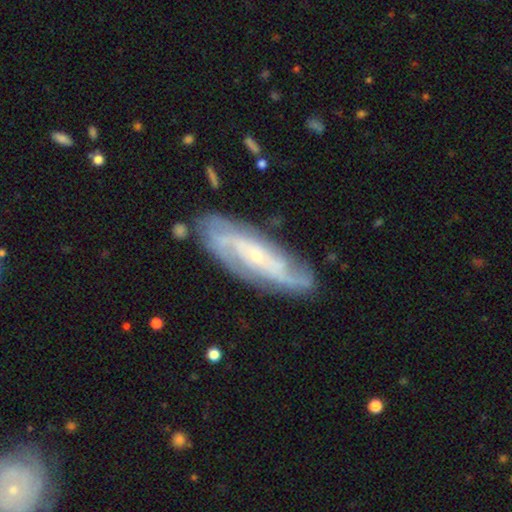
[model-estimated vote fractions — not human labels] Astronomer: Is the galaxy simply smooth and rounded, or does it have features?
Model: featured or disk — 83%.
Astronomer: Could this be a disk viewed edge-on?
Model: no — 85%.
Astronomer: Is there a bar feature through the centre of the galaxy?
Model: no — 57%.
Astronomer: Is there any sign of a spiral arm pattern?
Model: yes — 95%.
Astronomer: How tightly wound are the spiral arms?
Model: tight — 49% (runner-up: medium, 38%).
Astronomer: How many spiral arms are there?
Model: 2 — 38% (runner-up: can't tell, 28%).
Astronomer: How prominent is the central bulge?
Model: small — 77%.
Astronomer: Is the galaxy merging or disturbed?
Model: none — 77%.